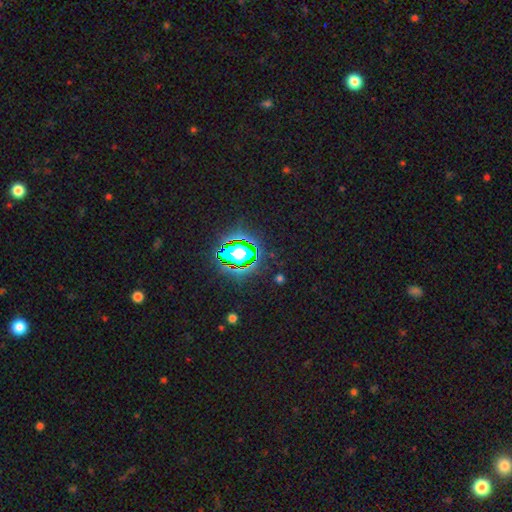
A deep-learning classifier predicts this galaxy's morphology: type=star or artifact (81%).